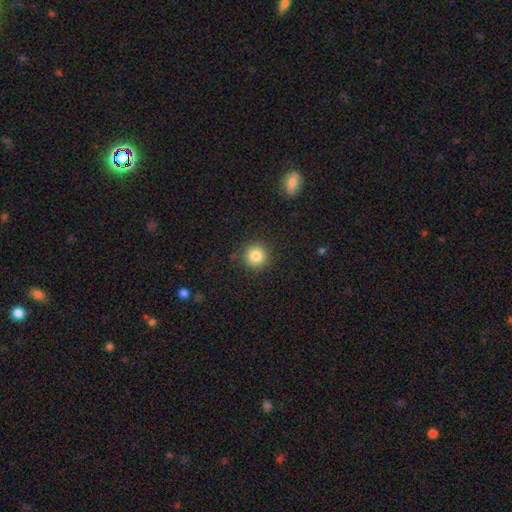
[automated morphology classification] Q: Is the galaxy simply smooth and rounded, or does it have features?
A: smooth — 84%.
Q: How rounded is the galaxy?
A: round — 94%.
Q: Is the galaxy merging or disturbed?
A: none — 89%.